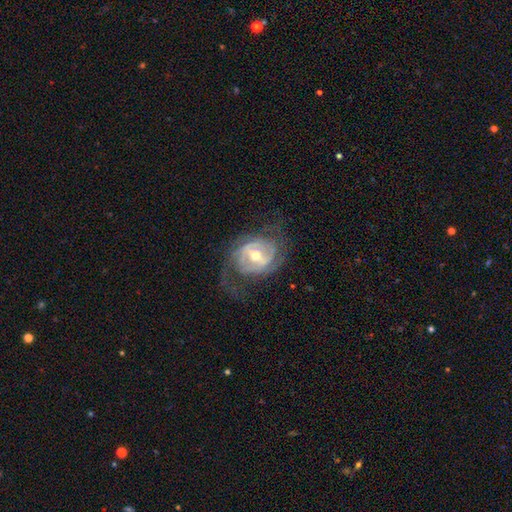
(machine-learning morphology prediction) This appears to be a featured or disk galaxy (83%) with a weak bar (43%), 2 (59%) medium (41%) spiral arms (87%) and a moderate central bulge (58%). Merging: none (61%).